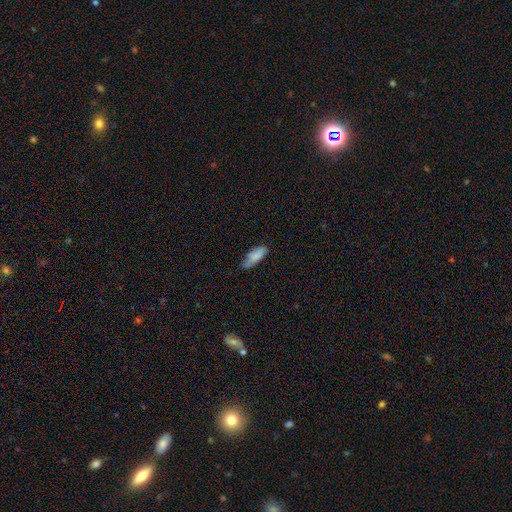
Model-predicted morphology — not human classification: Smooth or featured? Predicted: smooth (p=0.81). How rounded? Predicted: in between (p=0.72). Merging? Predicted: none (p=0.55).